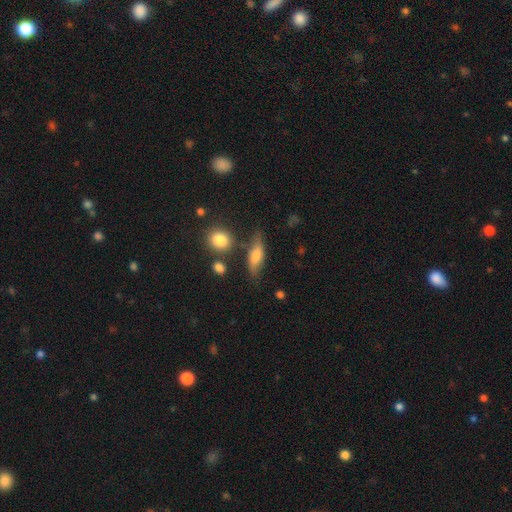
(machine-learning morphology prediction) The model was most divided on "how rounded": in between: 56%, cigar-shaped: 38%, round: 6%. More confident: merging — none (65%); smooth or featured — smooth (58%).